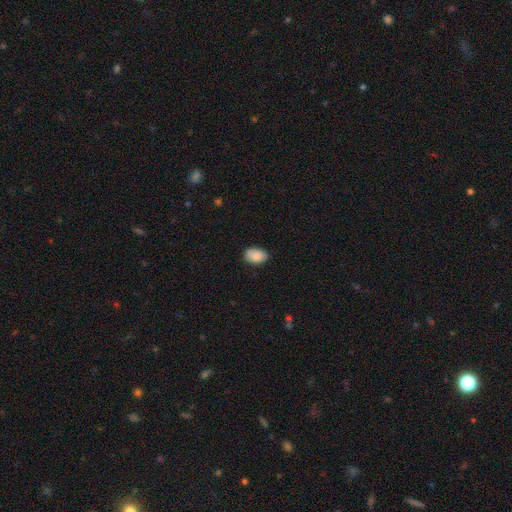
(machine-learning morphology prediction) A smooth galaxy with no disk features (88%) that is in between round and cigar-shaped (88%). Merging: none (80%).